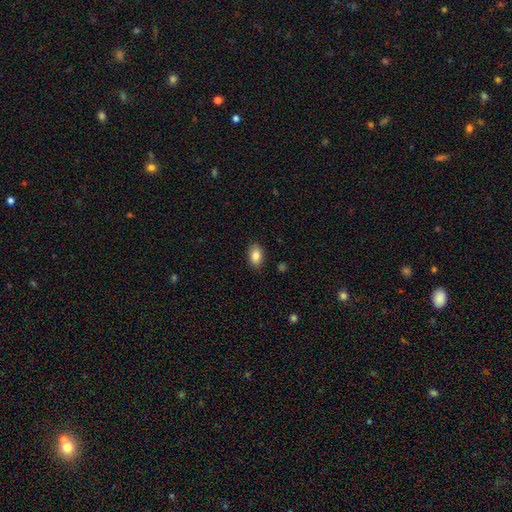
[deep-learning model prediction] This appears to be a smooth galaxy with no disk features (86%) that is in between round and cigar-shaped (88%). Merging: none (87%).